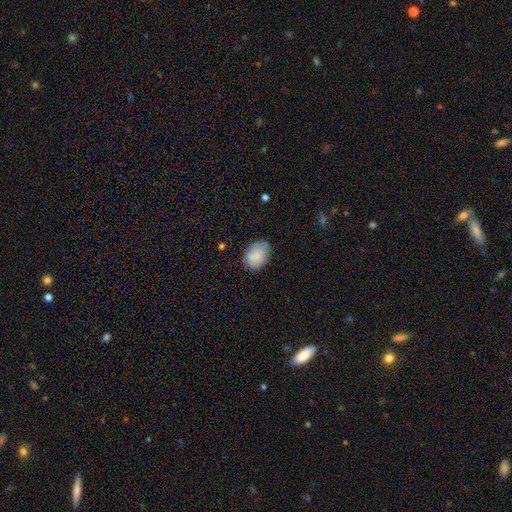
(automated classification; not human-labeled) Morphology: type=smooth (80%); roundness=in between (81%); merging=none (70%).